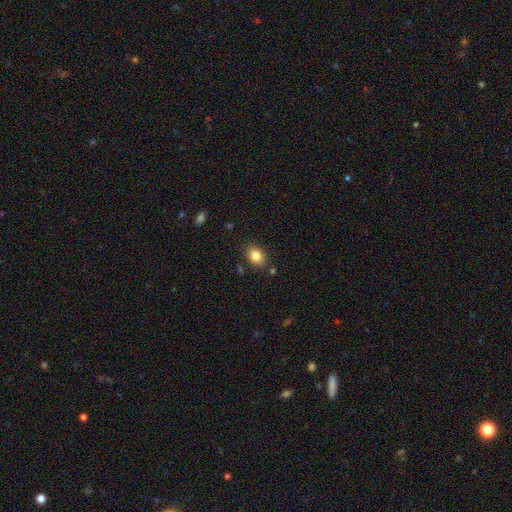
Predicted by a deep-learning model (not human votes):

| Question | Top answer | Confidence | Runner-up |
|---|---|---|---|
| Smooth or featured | smooth | 84% | star or artifact (9%) |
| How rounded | in between | 69% | round (30%) |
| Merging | none | 83% | minor disturbance (11%) |